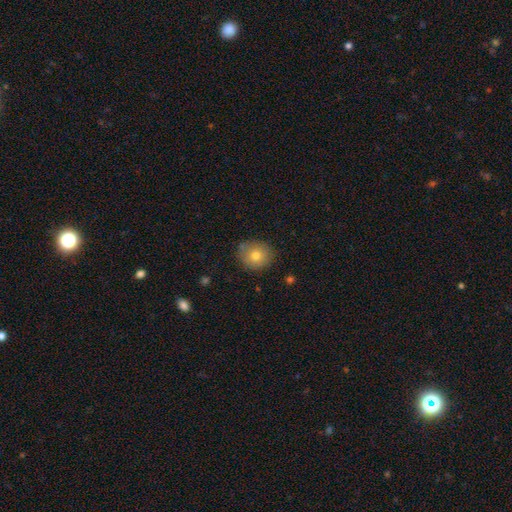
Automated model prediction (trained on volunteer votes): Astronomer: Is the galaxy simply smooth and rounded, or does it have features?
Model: smooth — 75%.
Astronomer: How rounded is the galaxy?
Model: round — 79%.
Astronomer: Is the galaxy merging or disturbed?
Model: none — 78%.